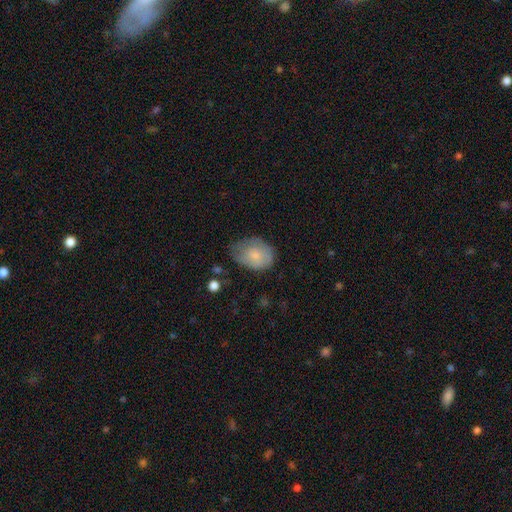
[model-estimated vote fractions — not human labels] Smooth or featured? Predicted: smooth (p=0.70). How rounded? Predicted: in between (p=0.70). Merging? Predicted: none (p=0.48).